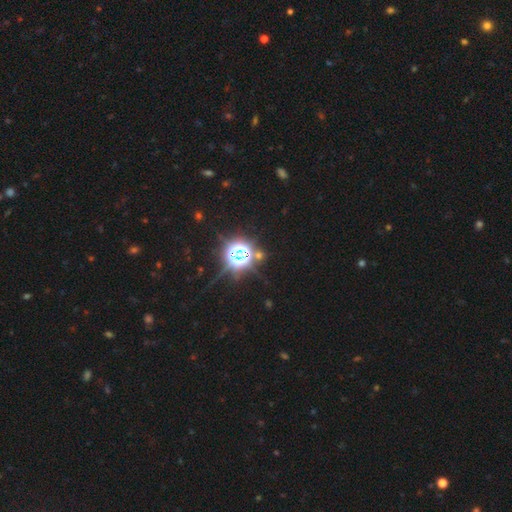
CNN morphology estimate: Smooth or featured: star or artifact — 77% (smooth — 15%)